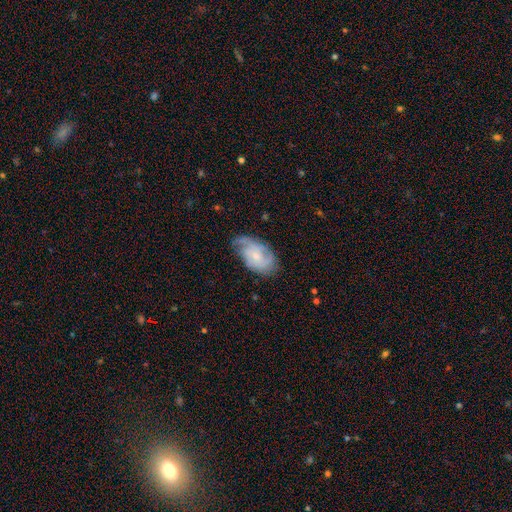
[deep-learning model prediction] Morphology: type=featured or disk (70%); edge-on=no (96%); bar=no (67%); spiral arms=yes (91%); winding=tight (41%, tied with medium); arm count=can't tell (33%); bulge=small (61%); merging=none (62%).